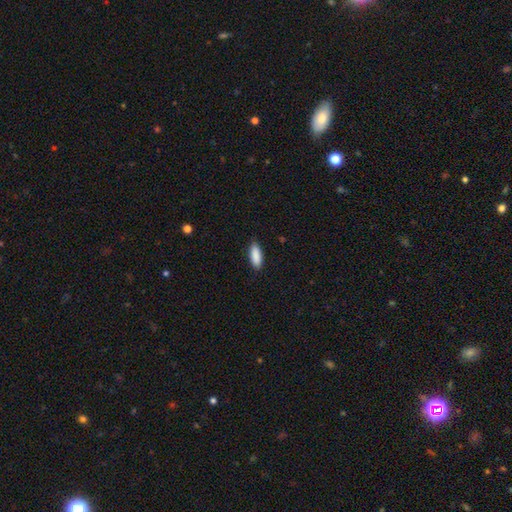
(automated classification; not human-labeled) Smooth or featured?
  - smooth: 90% *
  - star or artifact: 6%
  - featured or disk: 4%
How rounded?
  - in between: 74% *
  - cigar-shaped: 24%
  - round: 2%
Merging?
  - none: 86% *
  - minor disturbance: 11%
  - major disturbance: 2%
  - merger: 1%